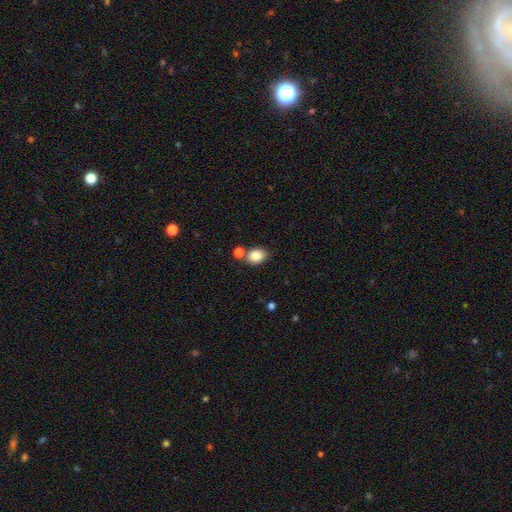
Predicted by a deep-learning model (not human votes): smooth_or_featured: smooth (p=0.85) [alt: star or artifact p=0.09]
how_rounded: in between (p=0.65) [alt: round p=0.34]
merging: none (p=0.69) [alt: merger p=0.17]